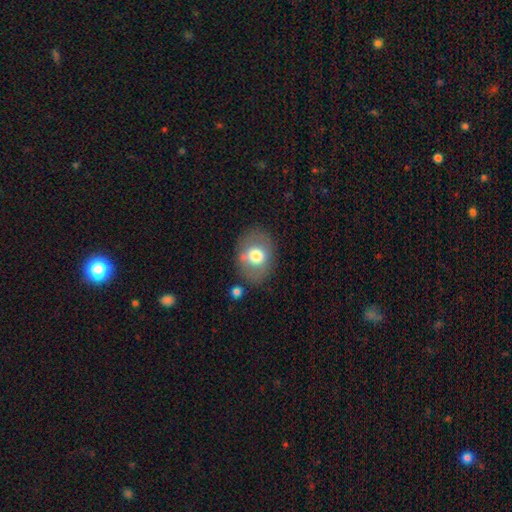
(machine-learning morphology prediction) The model was most divided on "how rounded": in between: 61%, round: 38%, cigar-shaped: 1%. More confident: merging — none (74%); smooth or featured — smooth (67%).